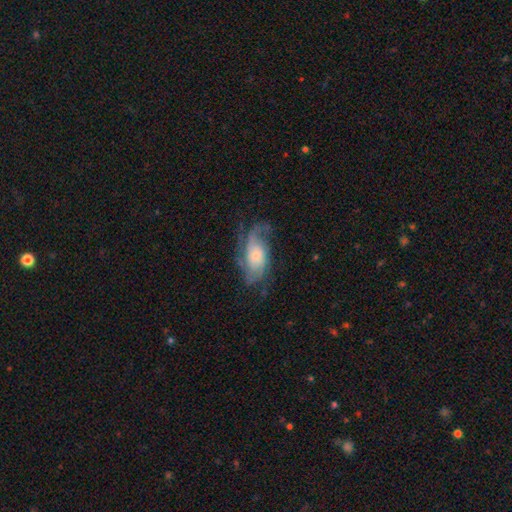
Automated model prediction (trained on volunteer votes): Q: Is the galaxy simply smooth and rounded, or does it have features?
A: featured or disk — 76%.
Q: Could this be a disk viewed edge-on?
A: no — 96%.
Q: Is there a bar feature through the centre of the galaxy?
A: no — 70%.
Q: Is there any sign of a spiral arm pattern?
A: yes — 92%.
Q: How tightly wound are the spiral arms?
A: medium — 43%.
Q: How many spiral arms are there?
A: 2 — 38%.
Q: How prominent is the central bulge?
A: small — 49%.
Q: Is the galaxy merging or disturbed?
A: none — 58%.